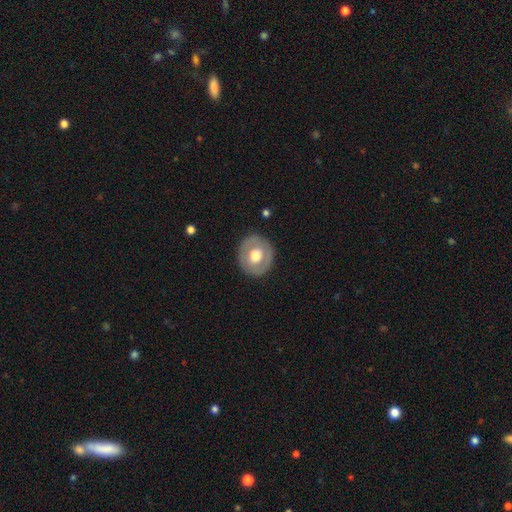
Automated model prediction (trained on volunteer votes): Smooth or featured?
  - smooth: 51% *
  - featured or disk: 43%
  - star or artifact: 6%
How rounded?
  - round: 81% *
  - in between: 18%
  - cigar-shaped: 1%
Merging?
  - none: 85% *
  - minor disturbance: 10%
  - major disturbance: 3%
  - merger: 1%